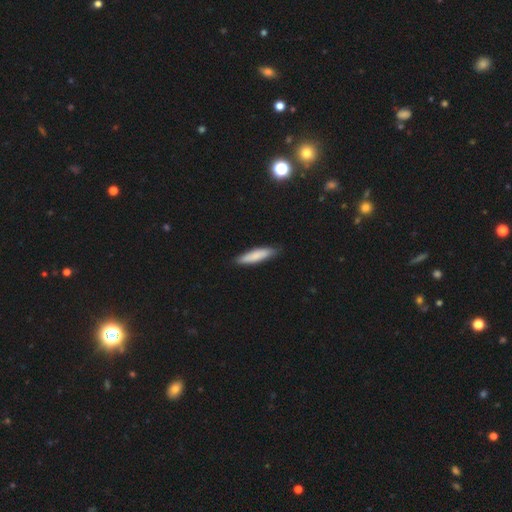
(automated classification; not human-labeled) Smooth or featured? Predicted: smooth (p=0.82). How rounded? Predicted: cigar-shaped (p=0.74). Merging? Predicted: none (p=0.84).